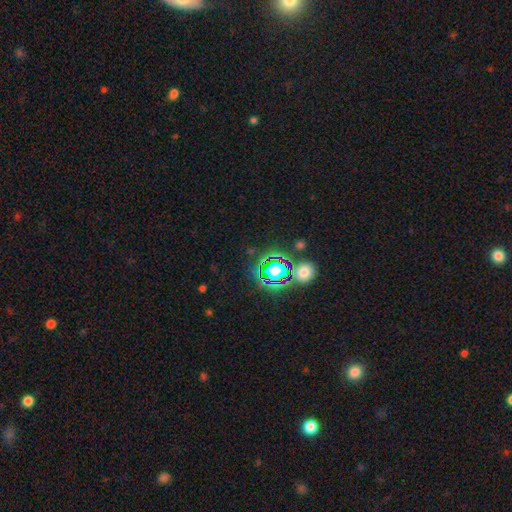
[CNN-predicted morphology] smooth-or-featured: star or artifact: 77% | smooth: 15% | featured or disk: 8%